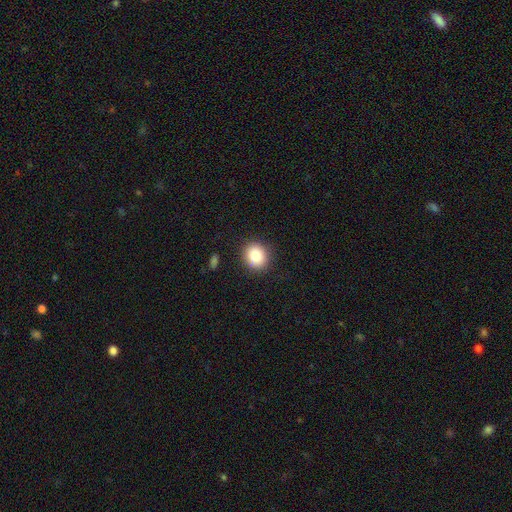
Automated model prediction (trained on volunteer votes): A smooth galaxy with no disk features (86%) that is round (74%).

Vote fractions:
- Smooth or featured? smooth: 86% / star or artifact: 9% / featured or disk: 5%
- How rounded? round: 74% / in between: 25% / cigar-shaped: 1%
- Merging? none: 89% / minor disturbance: 8% / major disturbance: 3% / merger: 1%